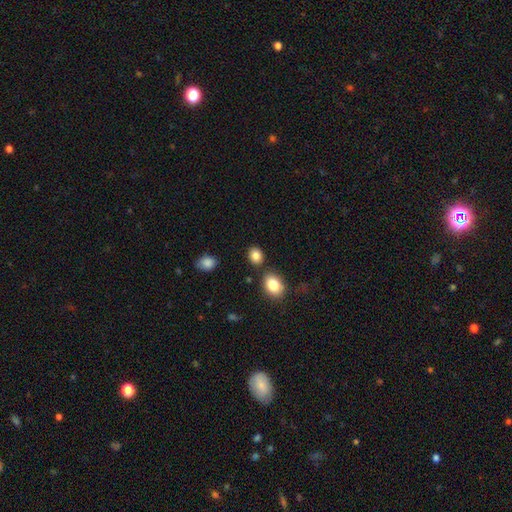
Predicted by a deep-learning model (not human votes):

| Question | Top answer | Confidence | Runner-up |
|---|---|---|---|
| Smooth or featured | smooth | 86% | star or artifact (9%) |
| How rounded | round | 51% | in between (48%) |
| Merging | none | 79% | minor disturbance (10%) |